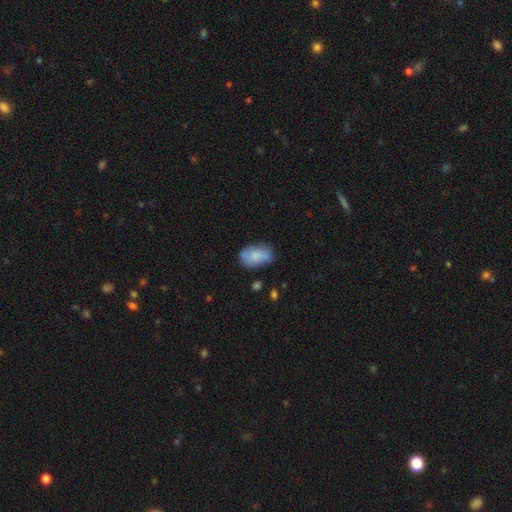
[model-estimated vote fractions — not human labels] Smooth or featured? smooth (74%)
How rounded? in between (88%)
Merging? none (56%)